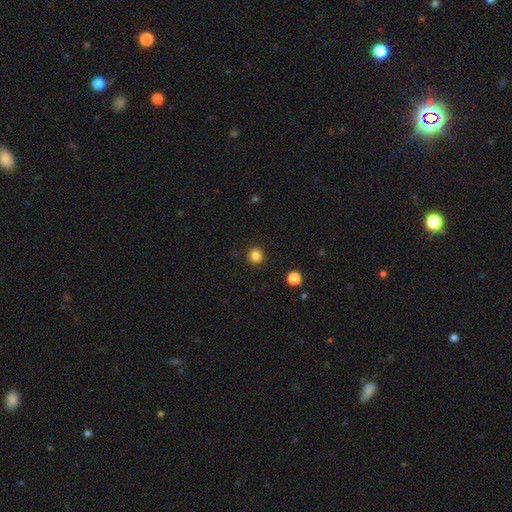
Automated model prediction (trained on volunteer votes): smooth 84%, star or artifact 12%, featured or disk 4%. Down the decision tree: how rounded — round (94%); merging — none (91%).